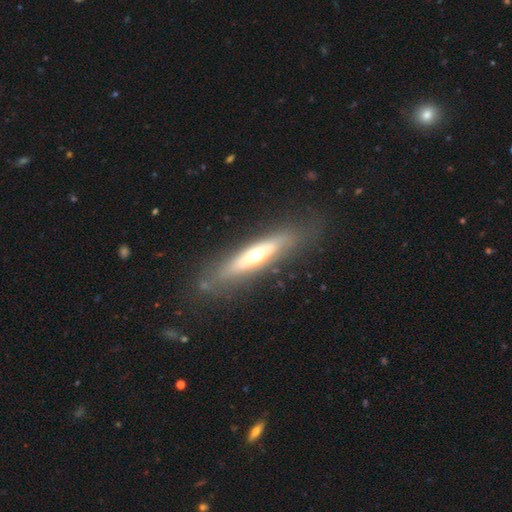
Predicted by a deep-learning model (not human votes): smooth_or_featured: featured or disk (p=0.56) [alt: smooth p=0.37]
disk_edge_on: yes (p=0.68) [alt: no p=0.32]
merging: none (p=0.75) [alt: minor disturbance p=0.15]